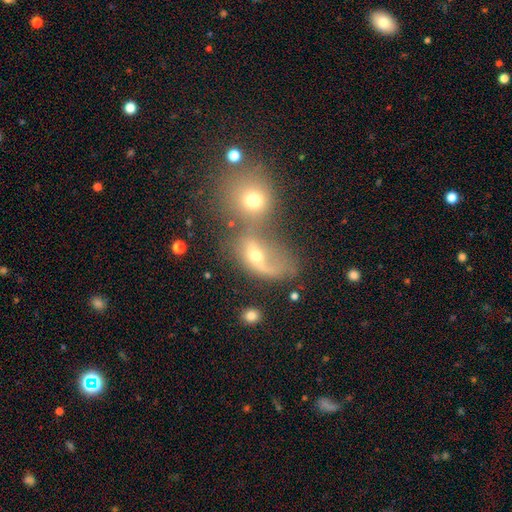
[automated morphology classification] A smooth galaxy with no disk features (45%).

Vote fractions:
- Smooth or featured? smooth: 45% / featured or disk: 40% / star or artifact: 15%
- Merging? merger: 58% / none: 19% / major disturbance: 14% / minor disturbance: 9%